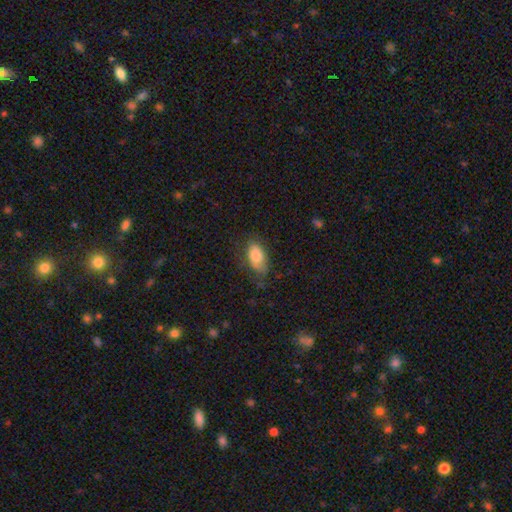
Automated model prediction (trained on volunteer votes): Smooth or featured? smooth (80%)
How rounded? in between (91%)
Merging? none (62%)